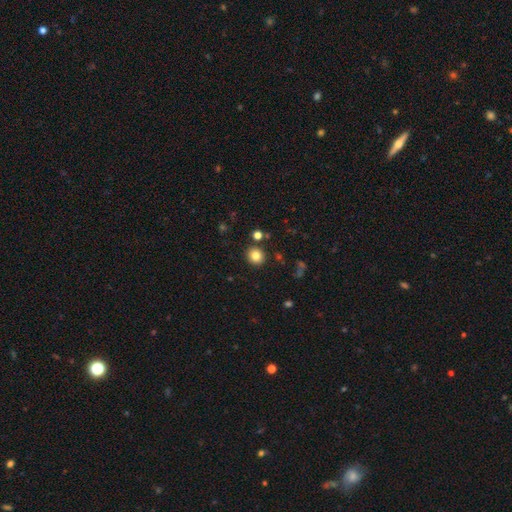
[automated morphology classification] smooth_or_featured: smooth (p=0.82) [alt: star or artifact p=0.12]
how_rounded: round (p=0.89) [alt: in between p=0.10]
merging: none (p=0.88) [alt: minor disturbance p=0.06]